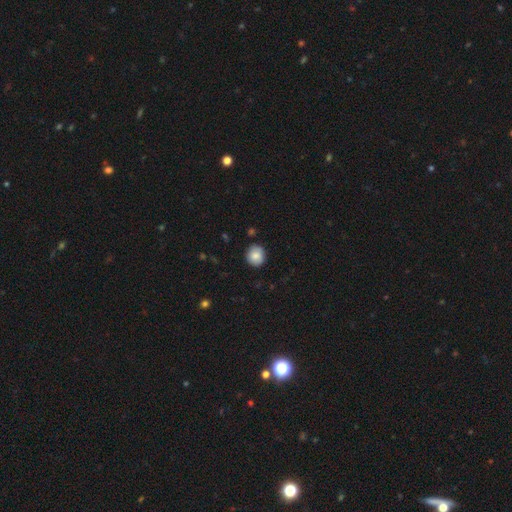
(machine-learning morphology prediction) A smooth galaxy with no disk features (84%) that is round (86%). Merging: none (86%).